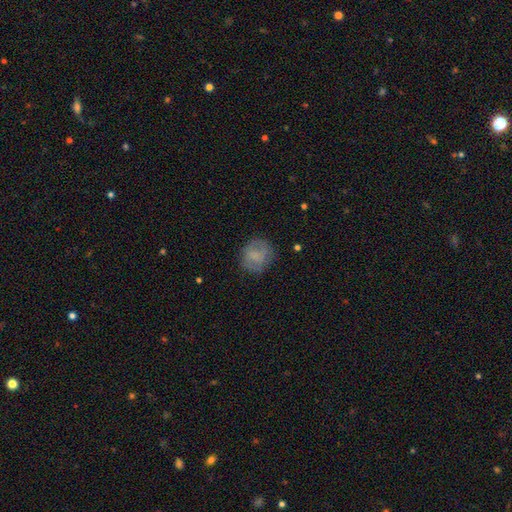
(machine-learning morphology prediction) Smooth or featured? Predicted: smooth (p=0.64). How rounded? Predicted: round (p=0.78). Merging? Predicted: none (p=0.73).